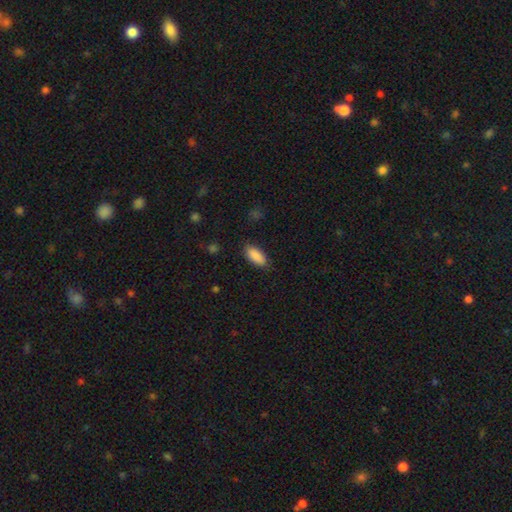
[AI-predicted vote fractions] A smooth galaxy with no disk features (89%) that is in between round and cigar-shaped (87%). Merging: none (85%).